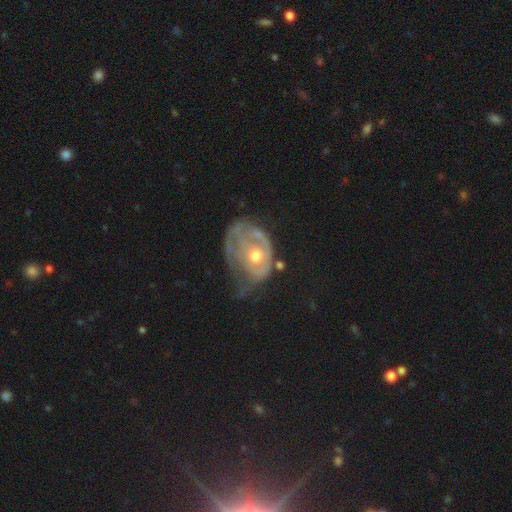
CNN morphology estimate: type=featured or disk (71%); edge-on=no (96%); bar=no (83%); spiral arms=yes (56%); bulge=moderate (65%); merging=major disturbance (38%).